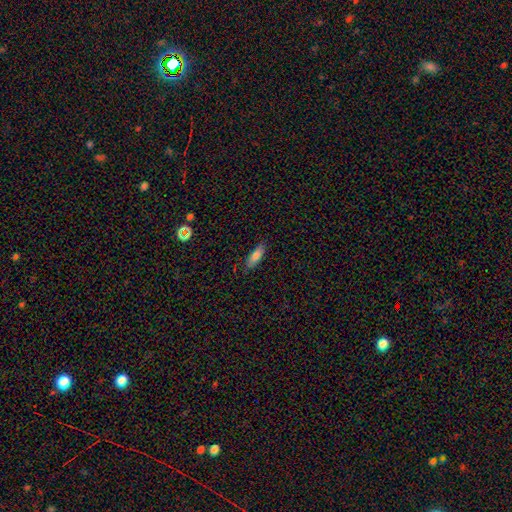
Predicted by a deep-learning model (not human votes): A smooth galaxy with no disk features (81%) that is in between round and cigar-shaped (57%).

Vote fractions:
- Smooth or featured? smooth: 81% / featured or disk: 12% / star or artifact: 8%
- How rounded? in between: 57% / cigar-shaped: 41% / round: 2%
- Merging? none: 82% / minor disturbance: 14% / major disturbance: 3% / merger: 1%